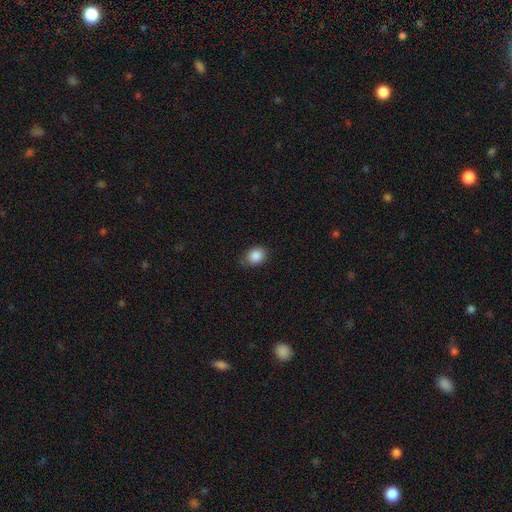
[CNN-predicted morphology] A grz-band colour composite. It shows a smooth galaxy with no disk features (88%) that is in between round and cigar-shaped (59%). Merging: none (81%).